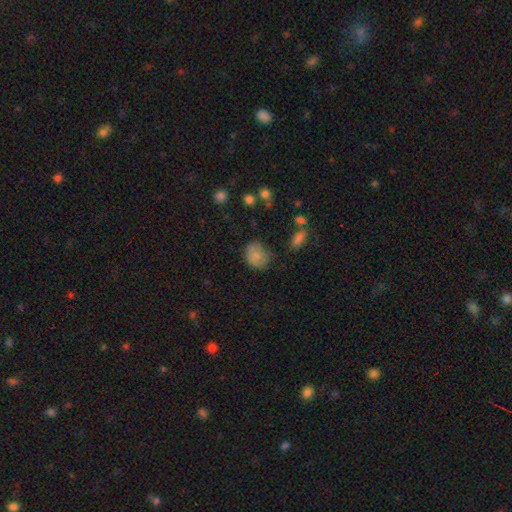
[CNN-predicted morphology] A smooth galaxy with no disk features (80%) that is round (58%). Merging: none (63%).